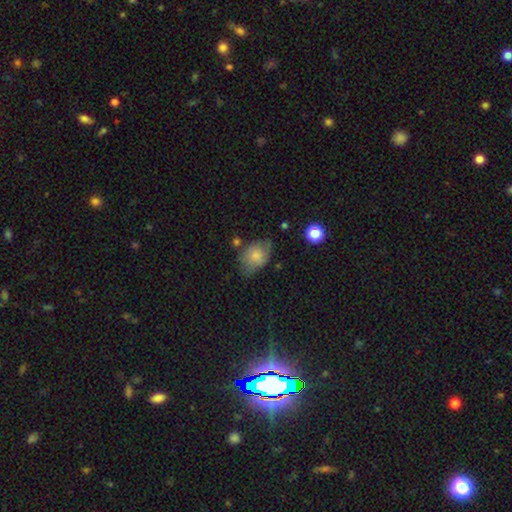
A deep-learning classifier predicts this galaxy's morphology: This appears to be a smooth galaxy with no disk features (73%) that is in between round and cigar-shaped (72%). Merging: none (47%).